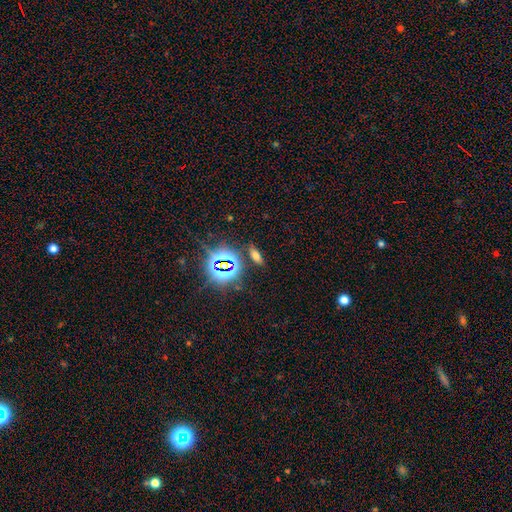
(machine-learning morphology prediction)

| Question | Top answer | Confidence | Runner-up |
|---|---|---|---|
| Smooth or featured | smooth | 55% | star or artifact (35%) |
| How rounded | in between | 70% | cigar-shaped (22%) |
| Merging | none | 83% | minor disturbance (10%) |